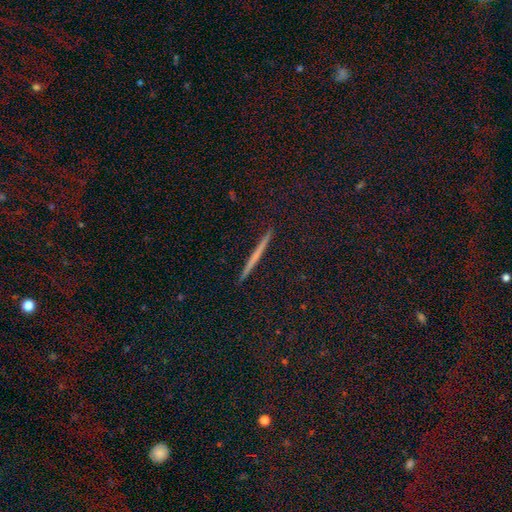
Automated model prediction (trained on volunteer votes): Overall: featured or disk (39%; smooth 35%). Merging: none (92%).